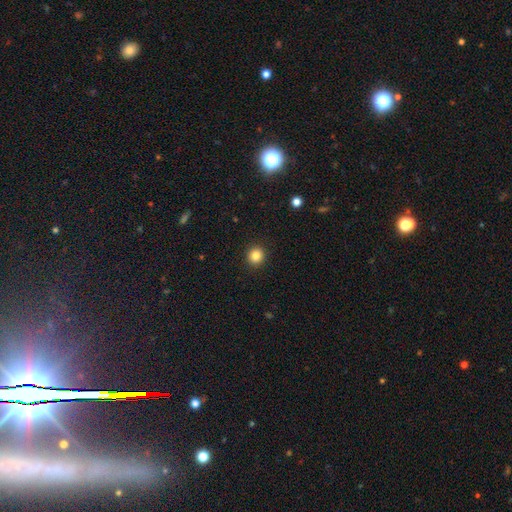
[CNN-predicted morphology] Smooth or featured: smooth — 84% (star or artifact — 11%)
How rounded: round — 91% (in between — 8%)
Merging: none — 93% (minor disturbance — 5%)